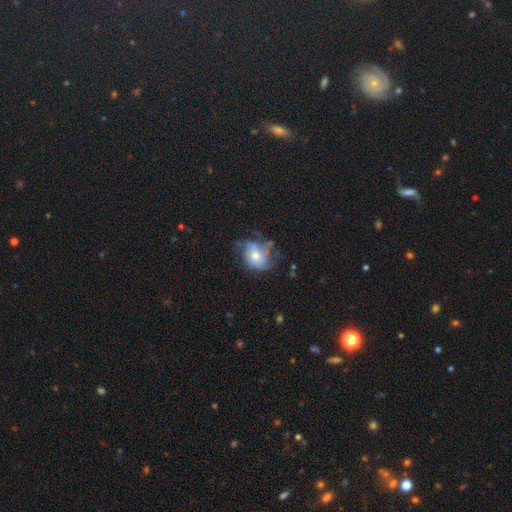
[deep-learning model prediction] Smooth or featured? smooth (48%)
Merging? none (42%)